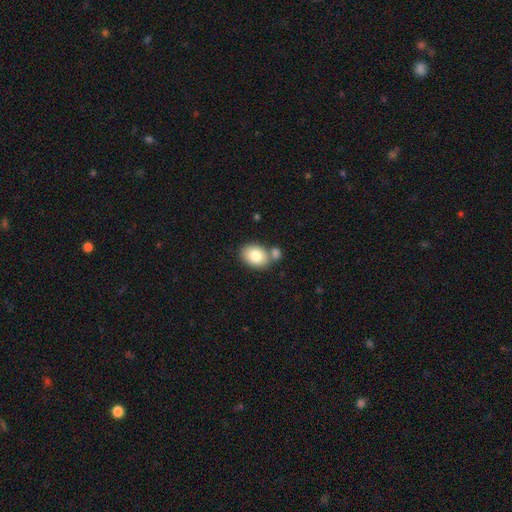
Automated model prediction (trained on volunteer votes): Q: Smooth or featured?
A: smooth (80%); runner-up: featured or disk (12%)
Q: How rounded?
A: in between (72%); runner-up: round (27%)
Q: Merging?
A: none (60%); runner-up: merger (24%)